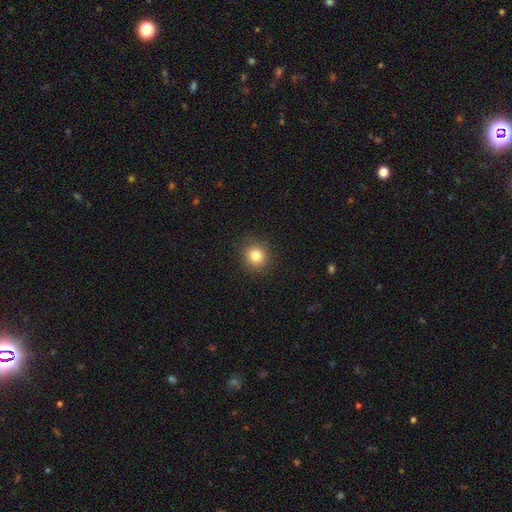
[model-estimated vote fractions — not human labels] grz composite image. It shows a smooth galaxy with no disk features (81%) that is round (92%). Merging: none (91%).